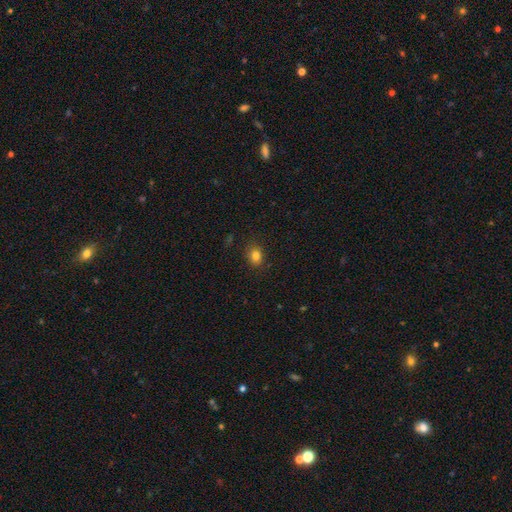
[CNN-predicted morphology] A smooth galaxy with no disk features (81%) that is in between round and cigar-shaped (51%).

Vote fractions:
- Smooth or featured? smooth: 81% / star or artifact: 12% / featured or disk: 7%
- How rounded? in between: 51% / round: 48% / cigar-shaped: 1%
- Merging? none: 85% / minor disturbance: 11% / major disturbance: 3% / merger: 1%